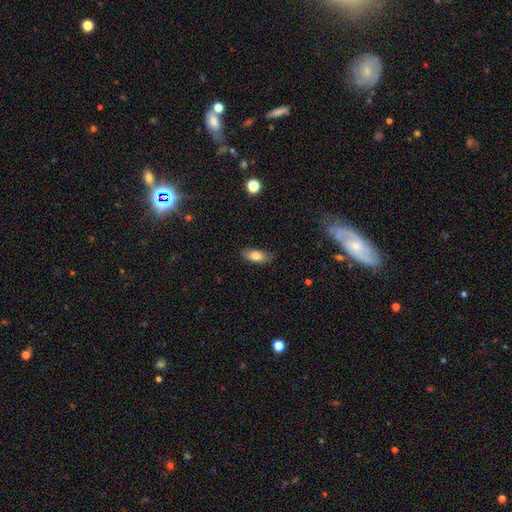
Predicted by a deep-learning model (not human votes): A smooth galaxy with no disk features (78%) that is in between round and cigar-shaped (79%).

Vote fractions:
- Smooth or featured? smooth: 78% / featured or disk: 14% / star or artifact: 7%
- How rounded? in between: 79% / cigar-shaped: 18% / round: 3%
- Merging? none: 85% / minor disturbance: 12% / major disturbance: 2% / merger: 1%